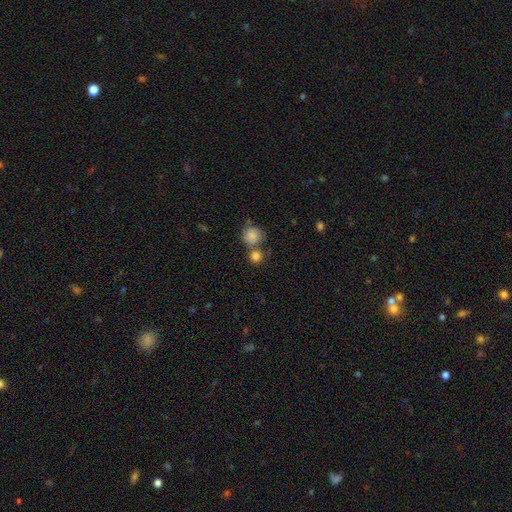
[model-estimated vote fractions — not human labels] This appears to be a smooth galaxy with no disk features (83%) that is round (88%). Merging: none (54%).